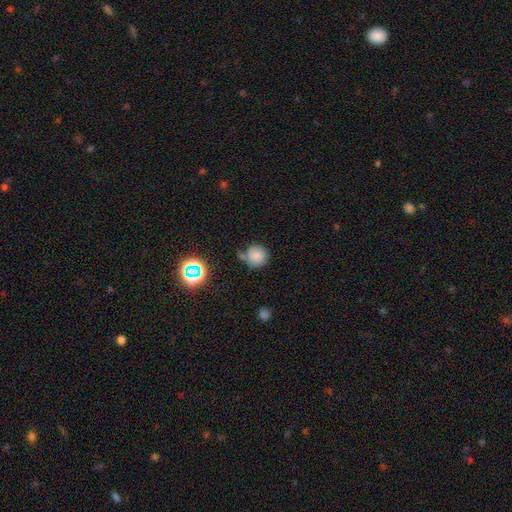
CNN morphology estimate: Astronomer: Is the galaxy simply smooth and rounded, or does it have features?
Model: smooth — 79%.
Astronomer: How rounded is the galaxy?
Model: round — 92%.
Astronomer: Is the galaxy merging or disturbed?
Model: none — 62%.